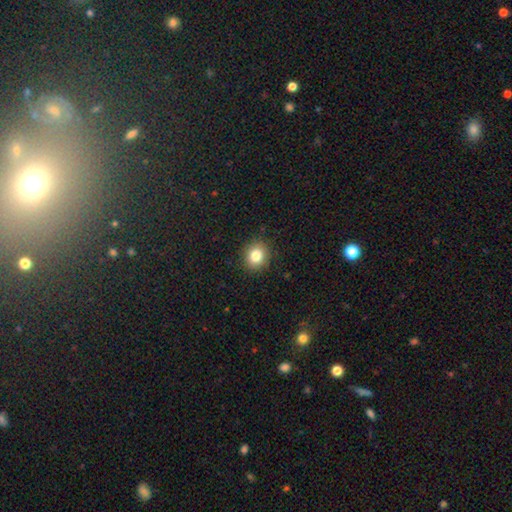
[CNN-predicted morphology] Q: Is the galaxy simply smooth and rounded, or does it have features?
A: smooth — 83%.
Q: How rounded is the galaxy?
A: round — 75%.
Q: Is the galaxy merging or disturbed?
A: none — 89%.